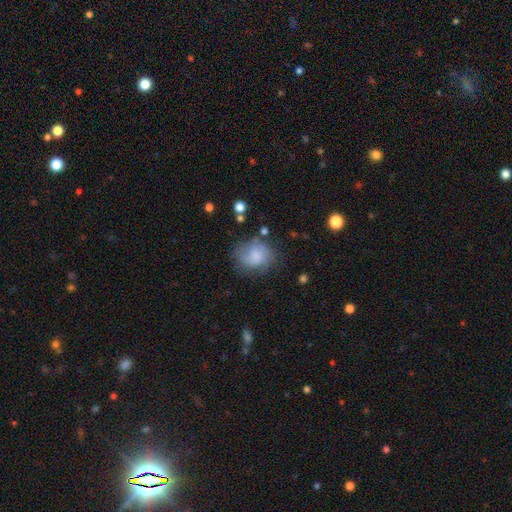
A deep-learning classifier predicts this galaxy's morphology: Smooth or featured: smooth — 62% (featured or disk — 29%)
How rounded: round — 70% (in between — 29%)
Merging: none — 57% (minor disturbance — 24%)